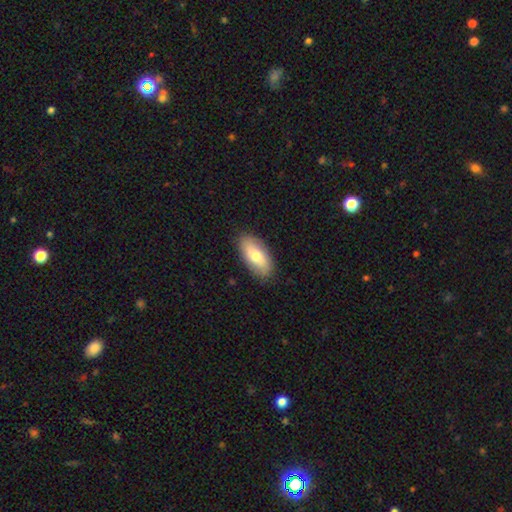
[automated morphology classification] smooth 71%, featured or disk 23%, star or artifact 6%. Down the decision tree: how rounded — in between (90%); merging — none (88%).